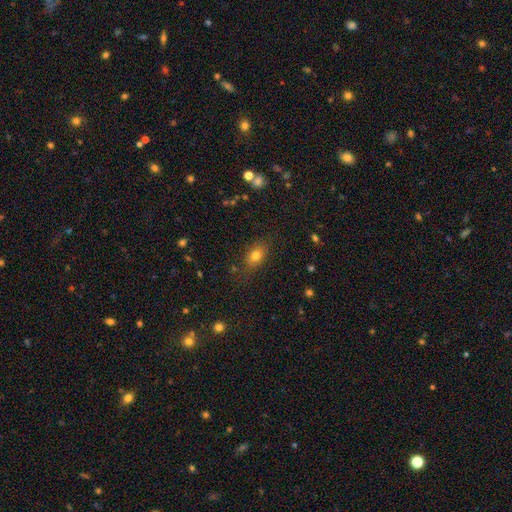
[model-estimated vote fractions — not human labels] A smooth galaxy with no disk features (77%) that is in between round and cigar-shaped (76%). Merging: none (78%).